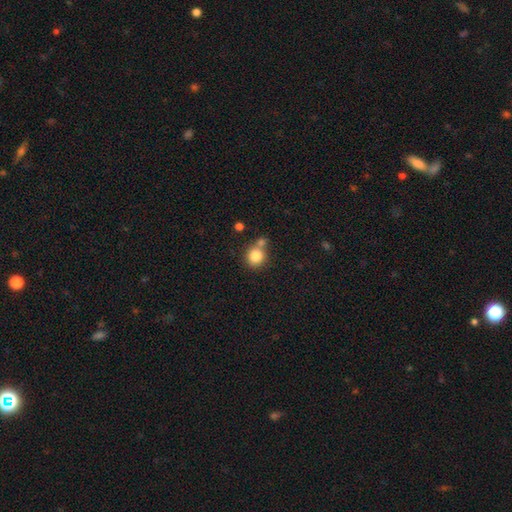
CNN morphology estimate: type=smooth (84%); roundness=round (85%); merging=none (57%).